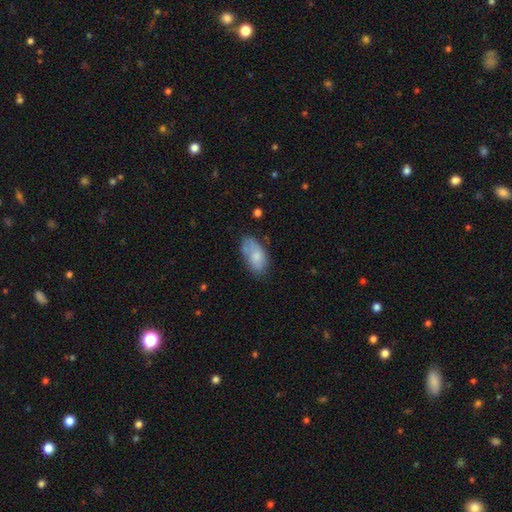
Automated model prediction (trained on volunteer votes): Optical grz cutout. It shows a smooth galaxy with no disk features (71%) that is in between round and cigar-shaped (93%). Merging: none (51%).